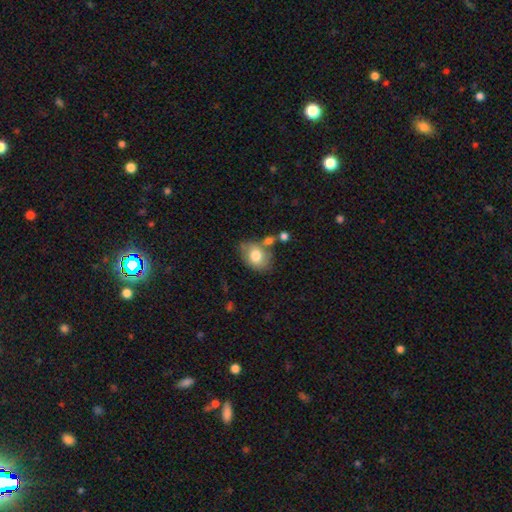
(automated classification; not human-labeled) This appears to be a smooth galaxy with no disk features (76%) that is in between round and cigar-shaped (70%). Merging: none (56%).